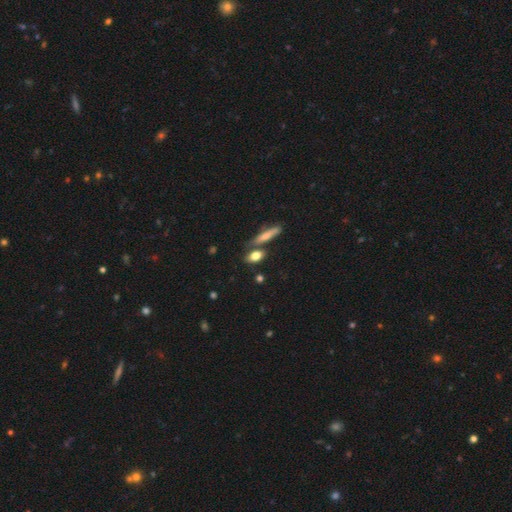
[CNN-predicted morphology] Smooth or featured: smooth — 77% (featured or disk — 14%)
How rounded: in between — 61% (cigar-shaped — 24%)
Merging: none — 63% (merger — 20%)